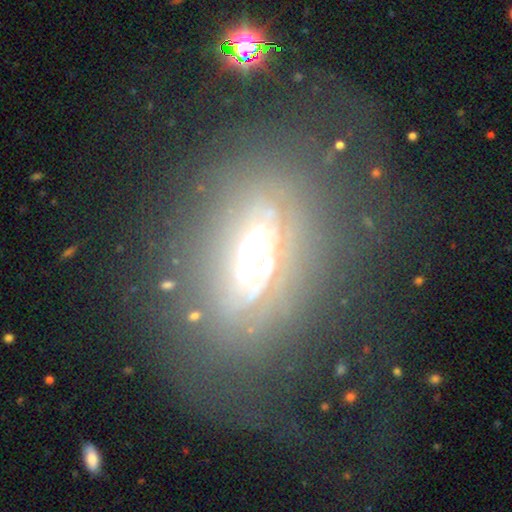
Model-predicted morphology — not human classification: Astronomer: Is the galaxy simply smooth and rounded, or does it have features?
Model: featured or disk — 70%.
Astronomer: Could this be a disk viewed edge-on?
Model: no — 76%.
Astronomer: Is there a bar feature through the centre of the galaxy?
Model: no — 73%.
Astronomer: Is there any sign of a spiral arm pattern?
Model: yes — 51% (runner-up: no, 49%).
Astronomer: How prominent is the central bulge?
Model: moderate — 47% (runner-up: large, 36%).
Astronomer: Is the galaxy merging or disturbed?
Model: none — 73%.